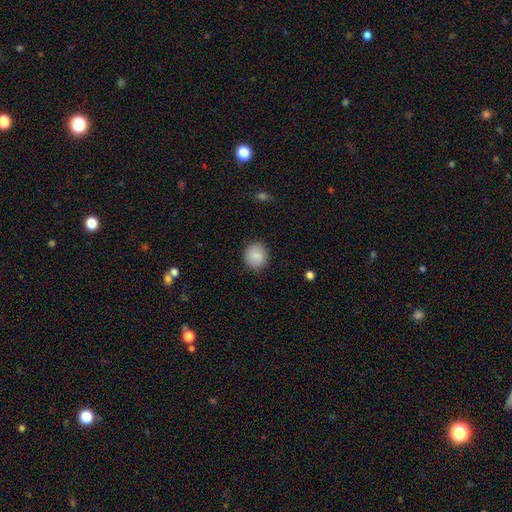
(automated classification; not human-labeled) Smooth or featured? smooth (84%)
How rounded? round (85%)
Merging? none (87%)